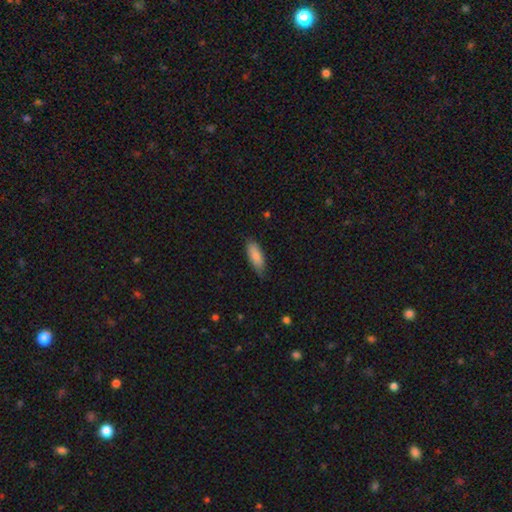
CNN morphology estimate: This appears to be a smooth galaxy with no disk features (84%) that is in between round and cigar-shaped (71%). Merging: none (71%).